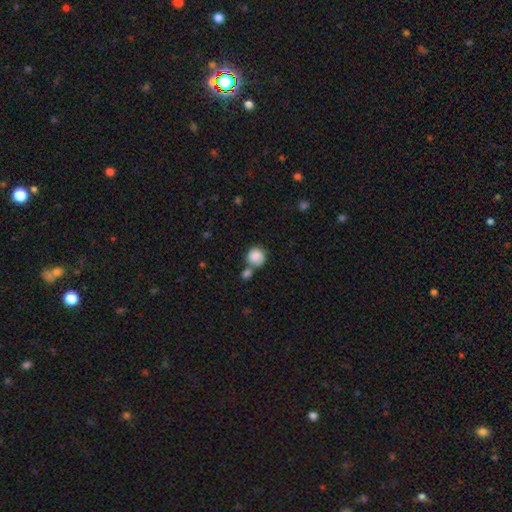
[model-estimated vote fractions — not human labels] Smooth or featured? Predicted: smooth (p=0.86). How rounded? Predicted: round (p=0.88). Merging? Predicted: none (p=0.53).